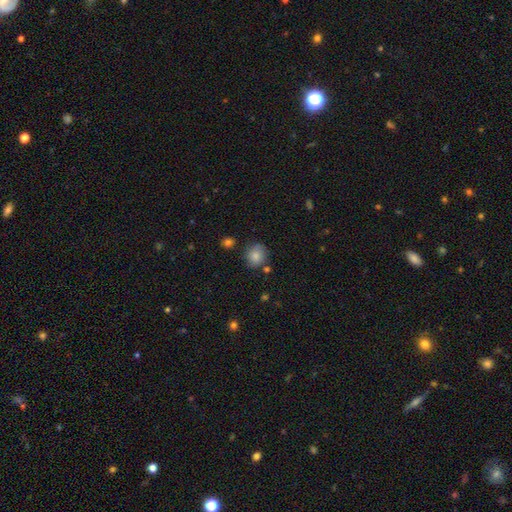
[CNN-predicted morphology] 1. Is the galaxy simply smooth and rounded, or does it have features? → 83% smooth, 9% star or artifact, 8% featured or disk.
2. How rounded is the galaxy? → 78% round, 21% in between, 1% cigar-shaped.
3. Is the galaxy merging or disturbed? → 76% none, 16% minor disturbance, 5% merger, 4% major disturbance.